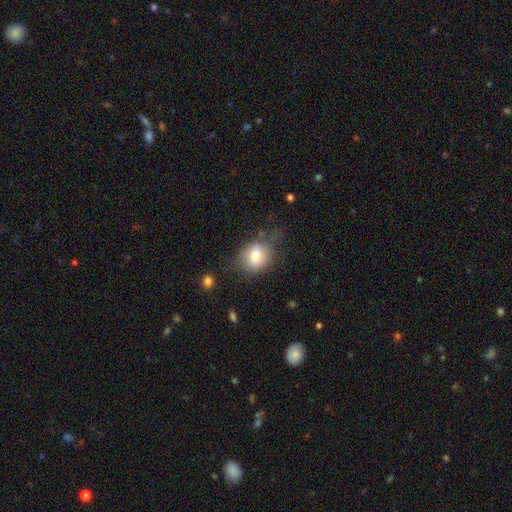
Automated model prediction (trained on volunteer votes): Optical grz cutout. It shows a smooth galaxy with no disk features (72%) that is round (50%). Merging: none (58%).